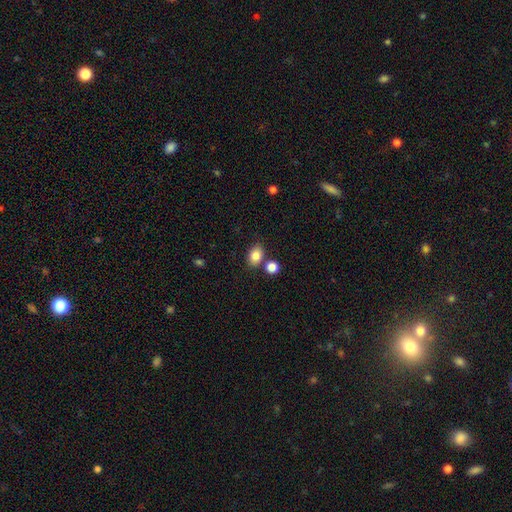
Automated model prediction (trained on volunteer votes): Q: Smooth or featured?
A: smooth (84%); runner-up: star or artifact (9%)
Q: How rounded?
A: in between (69%); runner-up: round (29%)
Q: Merging?
A: none (69%); runner-up: merger (16%)